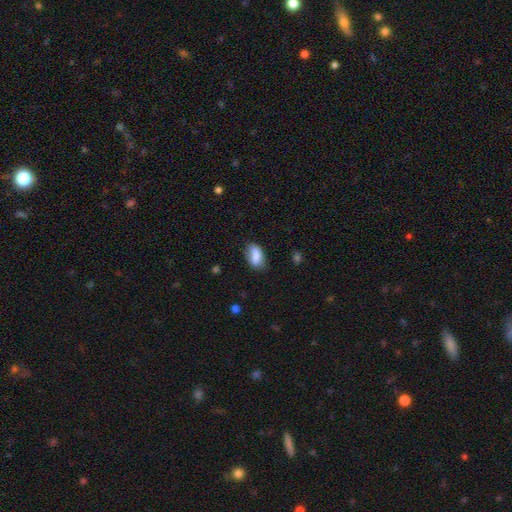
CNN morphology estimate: Smooth or featured?
  - smooth: 82% *
  - featured or disk: 11%
  - star or artifact: 7%
How rounded?
  - in between: 89% *
  - round: 7%
  - cigar-shaped: 5%
Merging?
  - none: 69% *
  - minor disturbance: 23%
  - major disturbance: 5%
  - merger: 2%